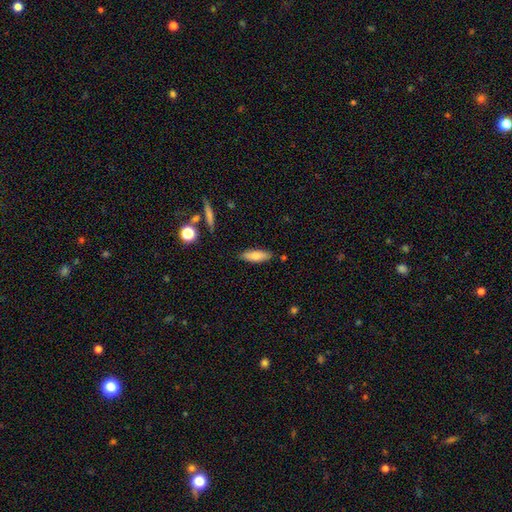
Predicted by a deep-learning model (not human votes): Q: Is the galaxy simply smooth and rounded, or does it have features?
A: smooth — 82%.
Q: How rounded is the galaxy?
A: in between — 51%.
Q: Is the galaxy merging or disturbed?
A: none — 85%.